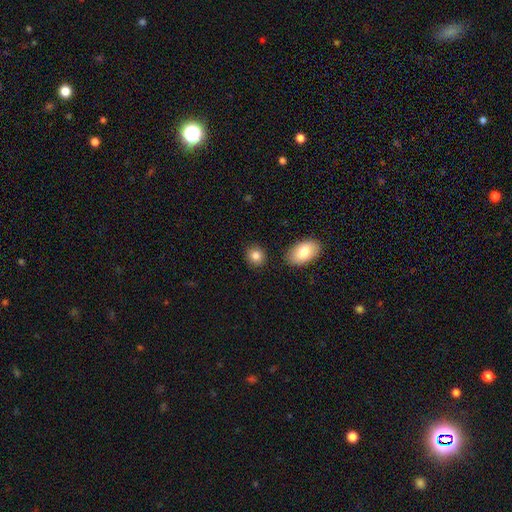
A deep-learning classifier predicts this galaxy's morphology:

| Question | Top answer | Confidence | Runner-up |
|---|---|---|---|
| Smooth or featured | smooth | 83% | star or artifact (9%) |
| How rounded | round | 71% | in between (28%) |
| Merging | none | 86% | minor disturbance (8%) |